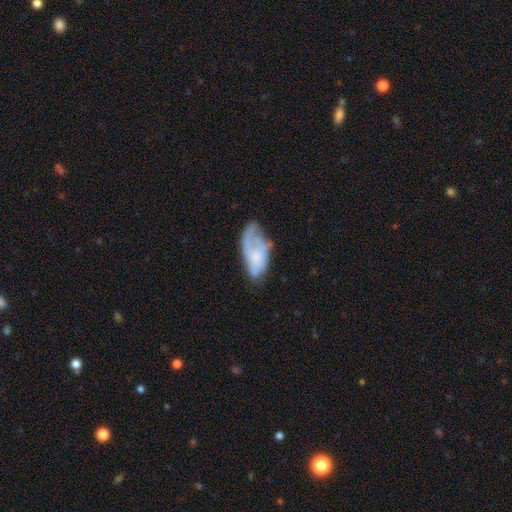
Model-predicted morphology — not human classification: A smooth galaxy with no disk features (48%).

Vote fractions:
- Smooth or featured? smooth: 48% / featured or disk: 44% / star or artifact: 8%
- Merging? none: 34% / major disturbance: 30% / minor disturbance: 29% / merger: 7%